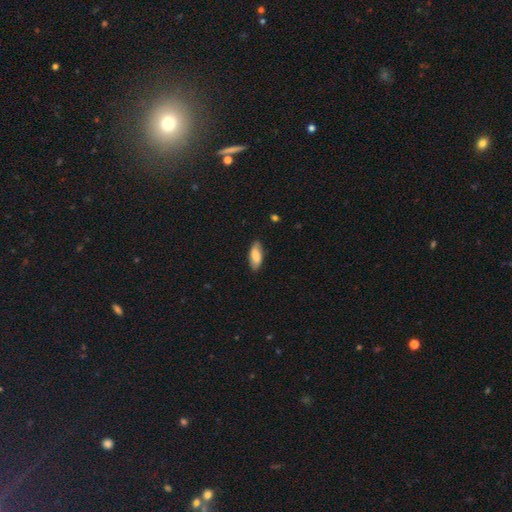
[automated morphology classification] type=smooth (80%); roundness=in between (81%); merging=none (81%).